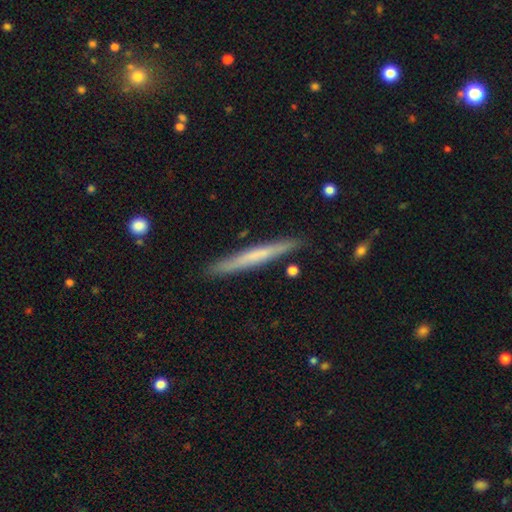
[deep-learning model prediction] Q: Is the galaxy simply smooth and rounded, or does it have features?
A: smooth — 52%.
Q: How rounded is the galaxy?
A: cigar-shaped — 97%.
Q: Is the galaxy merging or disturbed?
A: none — 88%.